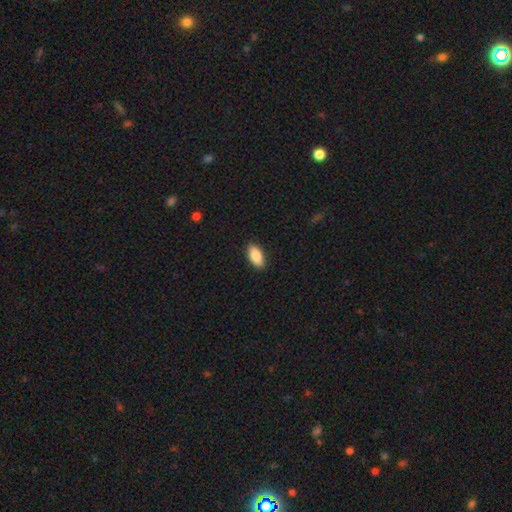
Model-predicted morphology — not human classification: A smooth galaxy with no disk features (86%) that is in between round and cigar-shaped (89%).

Vote fractions:
- Smooth or featured? smooth: 86% / featured or disk: 7% / star or artifact: 6%
- How rounded? in between: 89% / cigar-shaped: 9% / round: 2%
- Merging? none: 89% / minor disturbance: 8% / major disturbance: 2% / merger: 1%